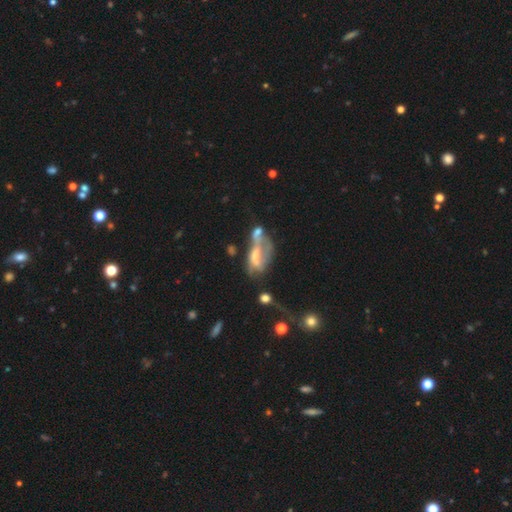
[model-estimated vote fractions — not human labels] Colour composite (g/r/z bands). It shows a featured or disk galaxy (57%). Merging: merger (37%).